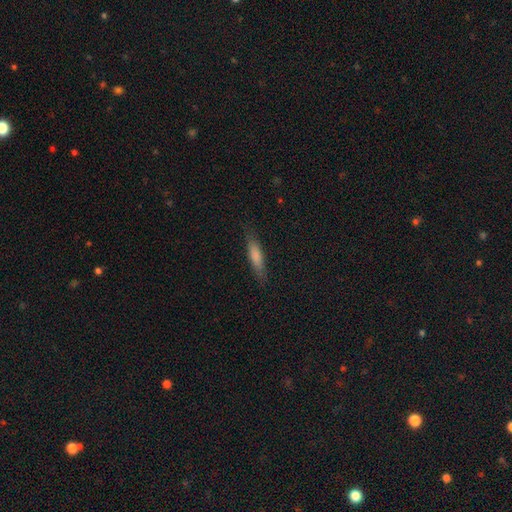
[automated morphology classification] This is likely a smooth galaxy (74%). How rounded: likely cigar-shaped (80%). Merging: clearly none (83%).